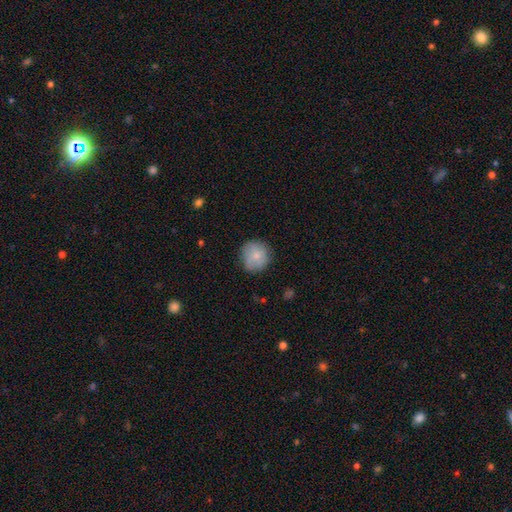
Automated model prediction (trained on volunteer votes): A smooth galaxy with no disk features (78%) that is round (91%). Merging: none (74%).